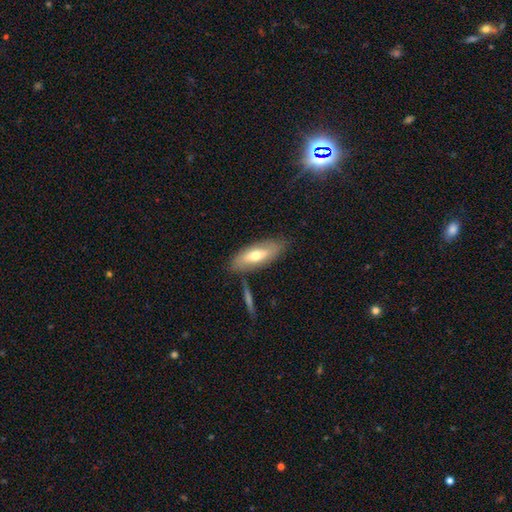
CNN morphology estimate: This appears to be a smooth galaxy with no disk features (61%) that is in between round and cigar-shaped (69%). Merging: none (76%).